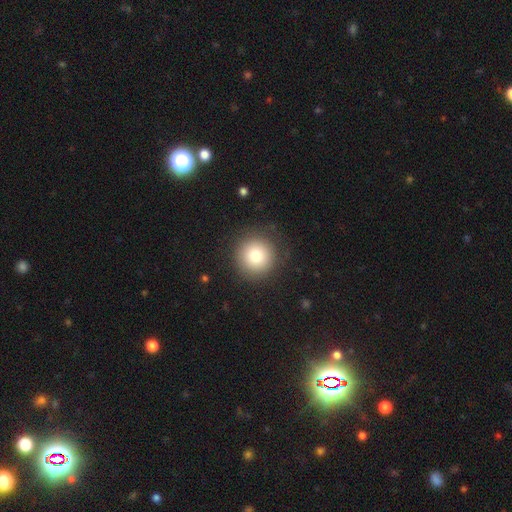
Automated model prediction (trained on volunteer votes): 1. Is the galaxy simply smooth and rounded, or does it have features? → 79% smooth, 10% featured or disk, 10% star or artifact.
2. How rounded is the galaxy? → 95% round, 4% in between, 1% cigar-shaped.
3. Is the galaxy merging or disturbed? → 86% none, 9% minor disturbance, 4% major disturbance, 1% merger.